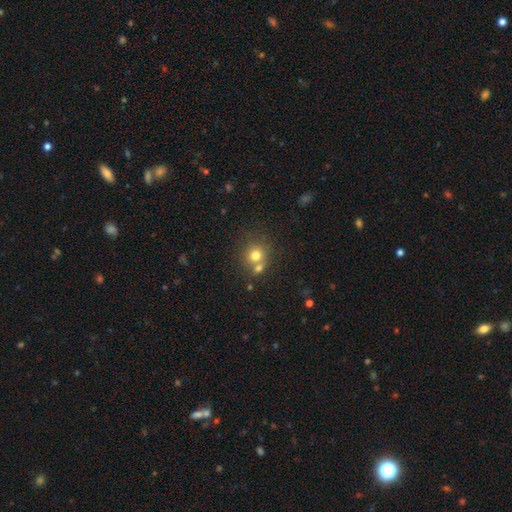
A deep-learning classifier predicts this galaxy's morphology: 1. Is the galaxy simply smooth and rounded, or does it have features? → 74% smooth, 14% star or artifact, 12% featured or disk.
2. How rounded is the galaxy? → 87% round, 12% in between, 1% cigar-shaped.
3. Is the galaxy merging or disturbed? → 54% none, 34% merger, 9% minor disturbance, 3% major disturbance.